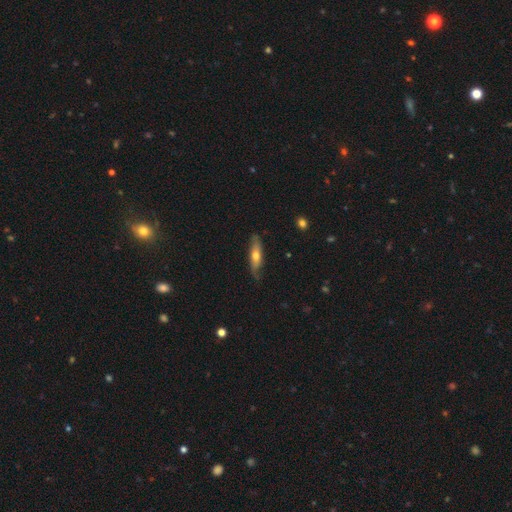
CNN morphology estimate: smooth 54%, featured or disk 40%, star or artifact 6%. Down the decision tree: how rounded — cigar-shaped (60%); merging — none (74%).